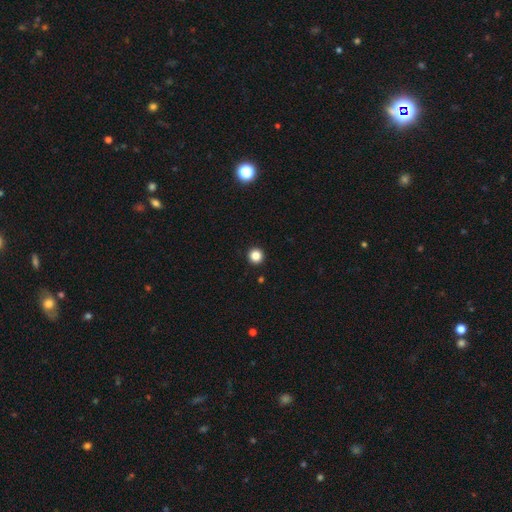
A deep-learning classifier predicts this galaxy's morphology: A smooth galaxy with no disk features (85%) that is round (96%). Merging: none (94%).